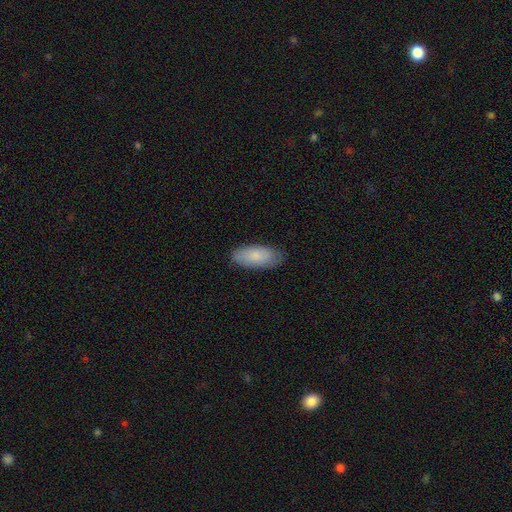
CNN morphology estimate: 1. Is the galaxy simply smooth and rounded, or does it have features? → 82% smooth, 12% featured or disk, 6% star or artifact.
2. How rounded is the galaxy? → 88% in between, 11% cigar-shaped, 2% round.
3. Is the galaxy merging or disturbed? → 81% none, 15% minor disturbance, 3% major disturbance, 1% merger.